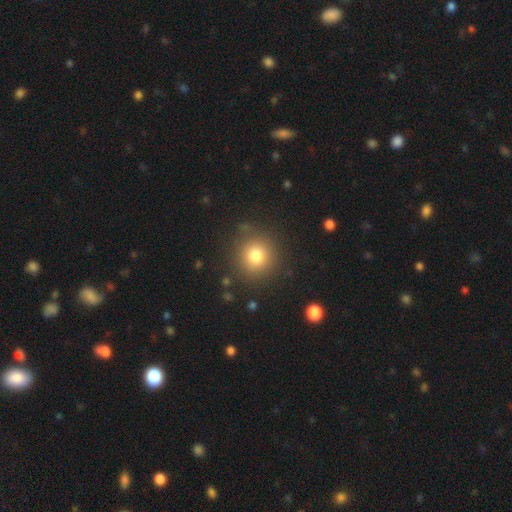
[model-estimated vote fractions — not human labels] Smooth or featured?
  - smooth: 78% *
  - star or artifact: 13%
  - featured or disk: 9%
How rounded?
  - round: 91% *
  - in between: 8%
  - cigar-shaped: 1%
Merging?
  - none: 85% *
  - minor disturbance: 9%
  - major disturbance: 4%
  - merger: 2%